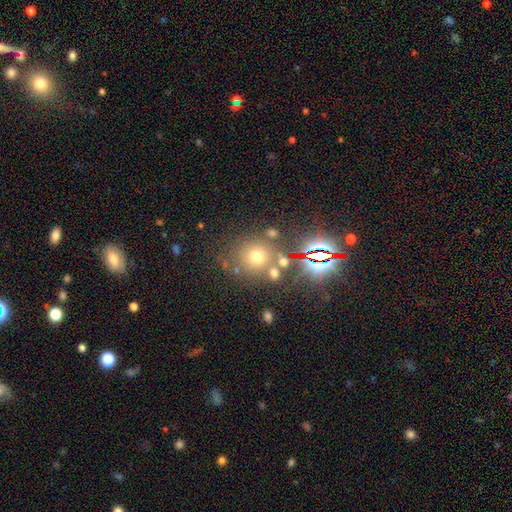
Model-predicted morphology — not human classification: Smooth or featured?
  - smooth: 54% *
  - star or artifact: 34%
  - featured or disk: 12%
How rounded?
  - round: 86% *
  - in between: 12%
  - cigar-shaped: 1%
Merging?
  - none: 70% *
  - merger: 15%
  - minor disturbance: 10%
  - major disturbance: 5%